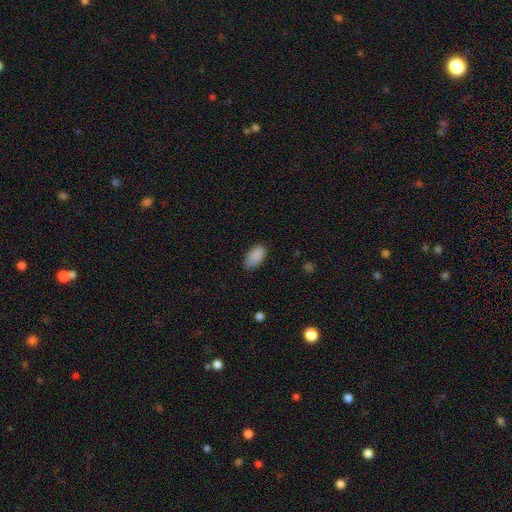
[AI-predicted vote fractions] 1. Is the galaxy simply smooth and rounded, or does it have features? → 89% smooth, 7% star or artifact, 3% featured or disk.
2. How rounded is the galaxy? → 94% in between, 3% round, 2% cigar-shaped.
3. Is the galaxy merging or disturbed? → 82% none, 15% minor disturbance, 3% major disturbance, 1% merger.